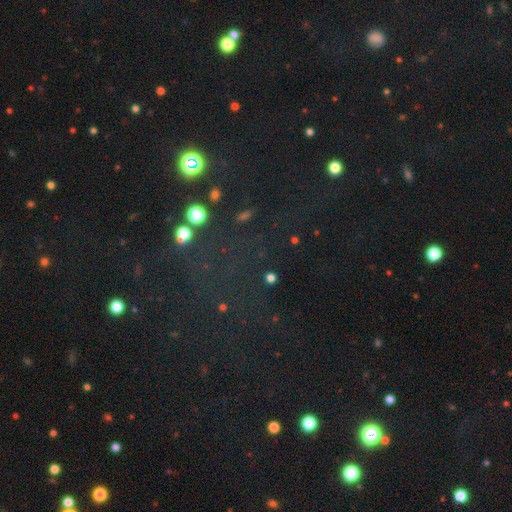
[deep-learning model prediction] smooth_or_featured: star or artifact (p=0.71) [alt: smooth p=0.20]